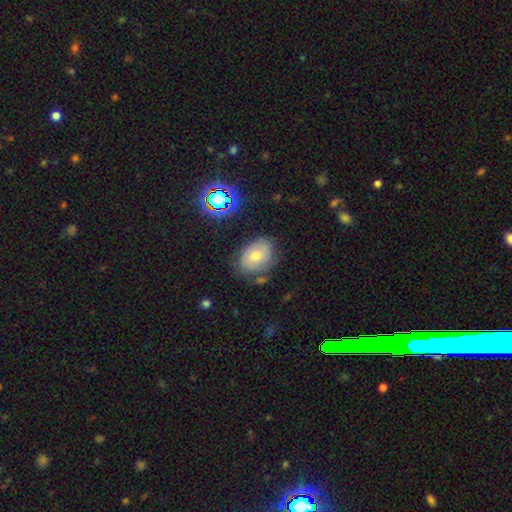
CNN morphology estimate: This is possibly a smooth galaxy (60%). How rounded: likely in between (75%). Merging: likely none (67%).